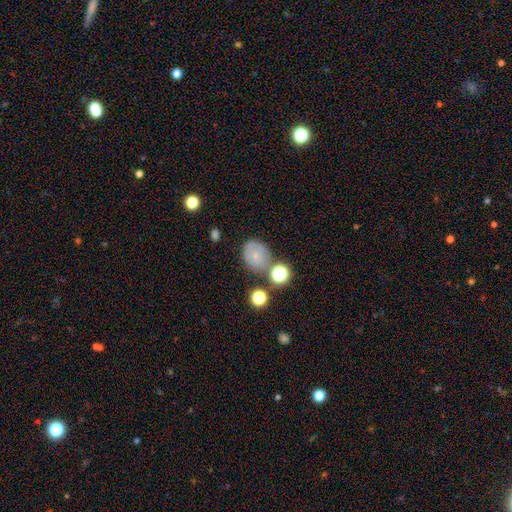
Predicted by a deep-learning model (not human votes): Morphology: type=smooth (61%); roundness=round (64%); merging=none (62%).